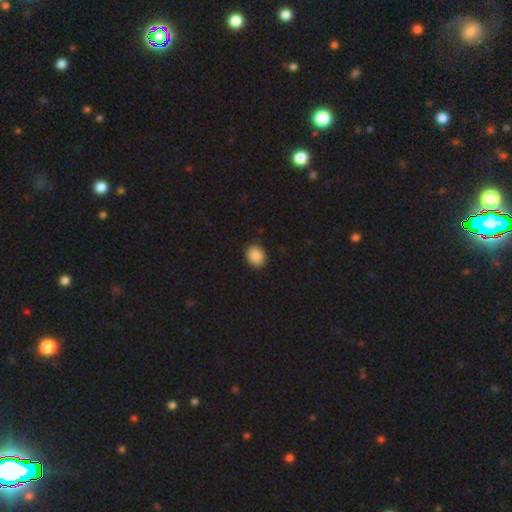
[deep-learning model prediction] Smooth or featured?
  - smooth: 89% *
  - star or artifact: 8%
  - featured or disk: 3%
How rounded?
  - round: 67% *
  - in between: 32%
  - cigar-shaped: 1%
Merging?
  - none: 89% *
  - minor disturbance: 8%
  - major disturbance: 2%
  - merger: 1%